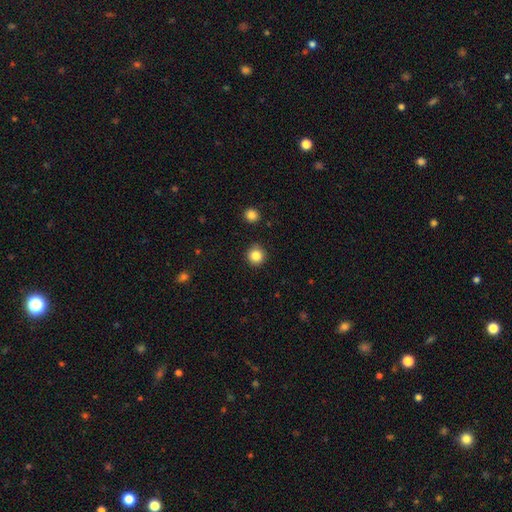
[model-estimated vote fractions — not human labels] This is clearly a smooth galaxy (85%). How rounded: clearly round (93%). Merging: clearly none (90%).